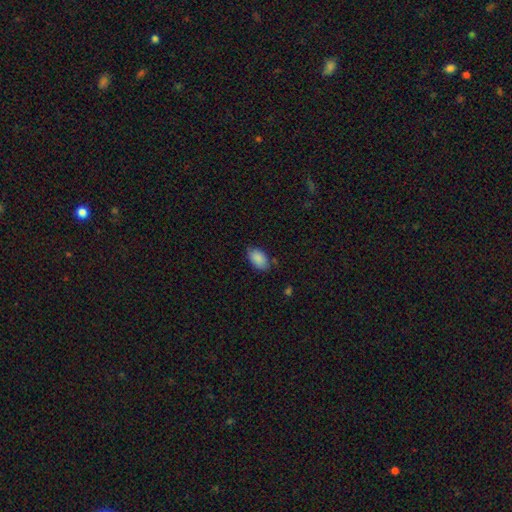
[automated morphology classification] Smooth or featured: smooth — 88% (star or artifact — 7%)
How rounded: in between — 93% (round — 6%)
Merging: none — 78% (minor disturbance — 17%)